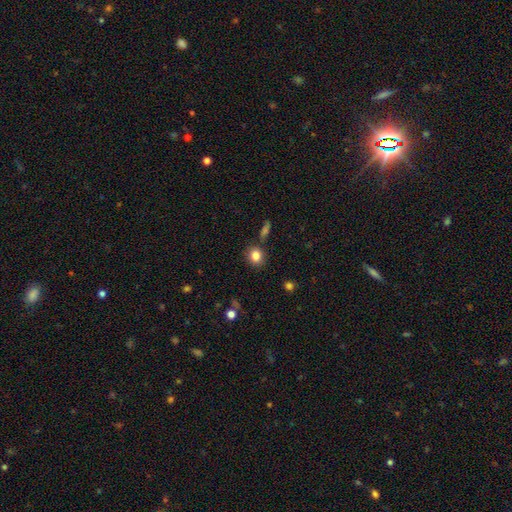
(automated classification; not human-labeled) This appears to be a smooth galaxy with no disk features (83%) that is round (72%). Merging: none (82%).